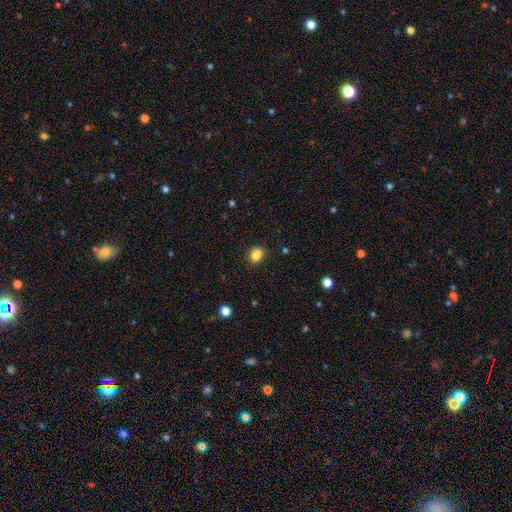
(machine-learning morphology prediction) Smooth or featured?
  - smooth: 83% *
  - star or artifact: 11%
  - featured or disk: 7%
How rounded?
  - in between: 54% *
  - round: 44%
  - cigar-shaped: 1%
Merging?
  - none: 75% *
  - minor disturbance: 17%
  - merger: 5%
  - major disturbance: 4%